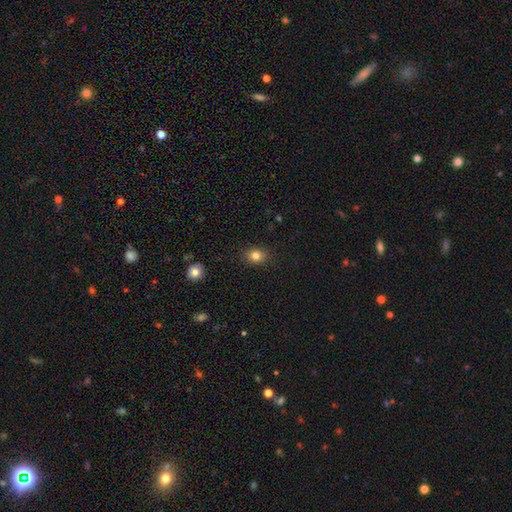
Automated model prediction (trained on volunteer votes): Smooth or featured? smooth (83%)
How rounded? round (58%)
Merging? none (89%)